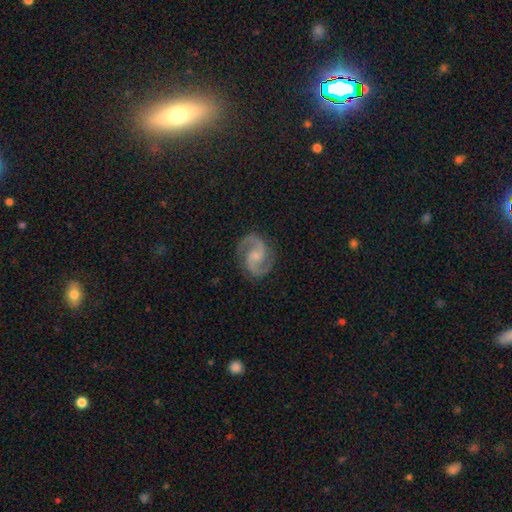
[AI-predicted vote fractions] Smooth or featured? featured or disk (93%)
Edge-on disk? no (98%)
Bar? no (51%)
Spiral arms? yes (99%)
Spiral winding? medium (66%)
Spiral arm count? 2 (95%)
Bulge size? small (54%)
Merging? none (86%)